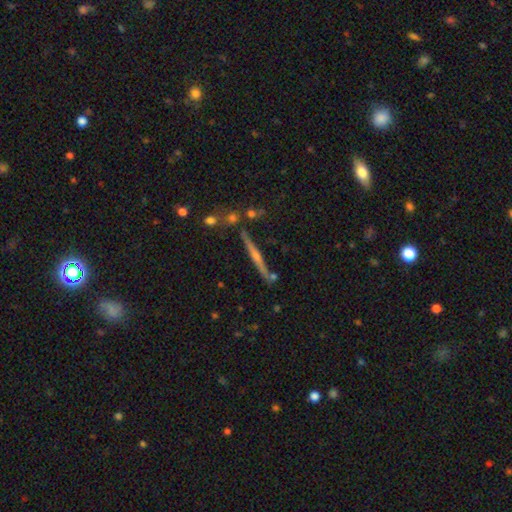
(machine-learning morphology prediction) The model was most divided on "smooth or featured": featured or disk: 73%, smooth: 19%, star or artifact: 8%. More confident: edge-on disk — yes (97%); merging — none (81%); edge-on bulge — rounded (73%).